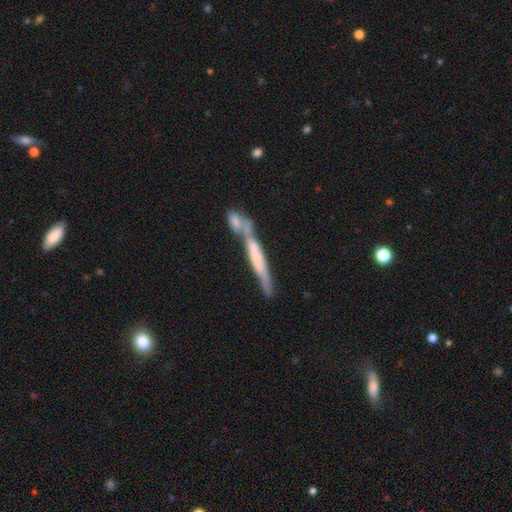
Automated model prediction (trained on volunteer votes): A featured or disk galaxy (58%) viewed edge-on (84%).

Vote fractions:
- Smooth or featured? featured or disk: 58% / smooth: 35% / star or artifact: 7%
- Edge-on disk? yes: 84% / no: 16%
- Merging? merger: 47% / none: 36% / minor disturbance: 11% / major disturbance: 5%